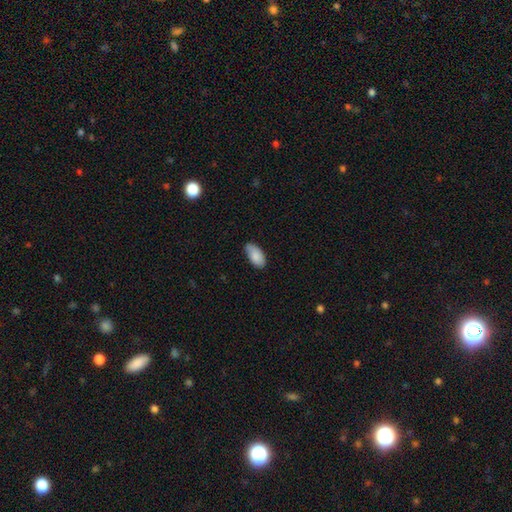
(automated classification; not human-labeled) smooth-or-featured: smooth: 85% | featured or disk: 9% | star or artifact: 7%
  how-rounded: in between: 94% | cigar-shaped: 4% | round: 2%
  merging: none: 68% | minor disturbance: 27% | major disturbance: 4% | merger: 2%